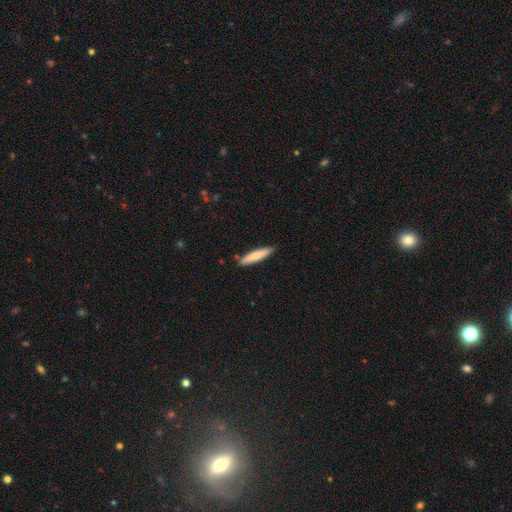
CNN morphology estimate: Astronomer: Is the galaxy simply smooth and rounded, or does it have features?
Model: smooth — 78%.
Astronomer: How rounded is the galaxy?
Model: cigar-shaped — 85%.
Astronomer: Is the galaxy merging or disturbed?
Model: none — 87%.